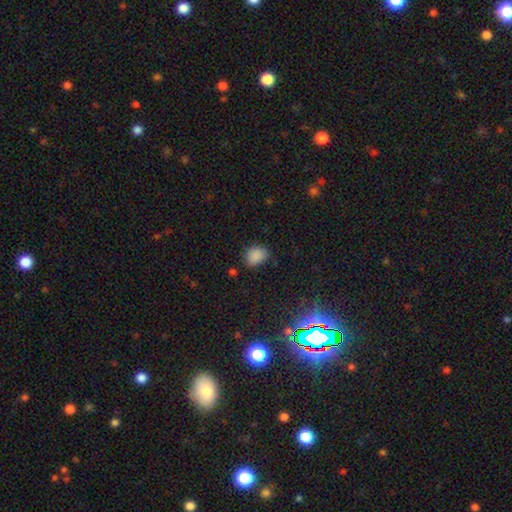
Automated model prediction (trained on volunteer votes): Smooth or featured? Predicted: smooth (p=0.85). How rounded? Predicted: in between (p=0.64). Merging? Predicted: none (p=0.73).